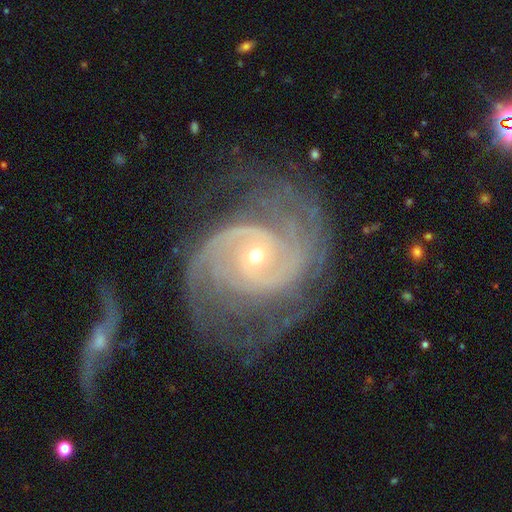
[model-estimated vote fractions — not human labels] This appears to be a featured or disk galaxy (90%) with no bar (67%), 2 (50%) tight (51%) spiral arms (98%) and a small central bulge (73%). Merging: none (63%).